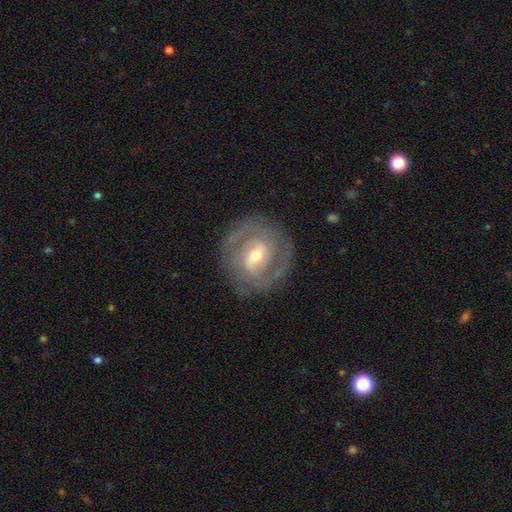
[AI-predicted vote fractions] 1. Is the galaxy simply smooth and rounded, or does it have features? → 82% featured or disk, 13% smooth, 5% star or artifact.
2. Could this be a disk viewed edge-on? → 97% no, 3% yes.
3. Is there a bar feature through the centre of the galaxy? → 49% weak, 28% no, 23% strong.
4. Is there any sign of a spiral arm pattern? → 89% yes, 11% no.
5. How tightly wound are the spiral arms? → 55% tight, 35% medium, 10% loose.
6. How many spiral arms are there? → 60% 2, 18% can't tell, 11% 3, 4% 1, 3% 4, 3% more than 4.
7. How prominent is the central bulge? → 67% moderate, 26% small, 5% large, 1% dominant, 1% none.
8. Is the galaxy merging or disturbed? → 81% none, 13% minor disturbance, 6% major disturbance, 1% merger.